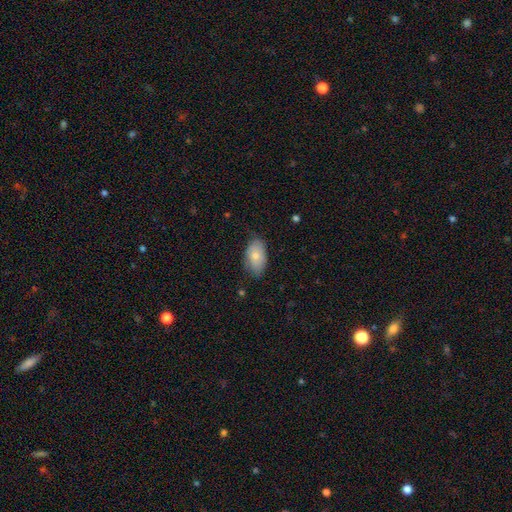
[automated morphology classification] A smooth galaxy with no disk features (75%) that is in between round and cigar-shaped (93%).

Vote fractions:
- Smooth or featured? smooth: 75% / featured or disk: 19% / star or artifact: 6%
- How rounded? in between: 93% / round: 5% / cigar-shaped: 2%
- Merging? none: 69% / minor disturbance: 25% / major disturbance: 5% / merger: 1%